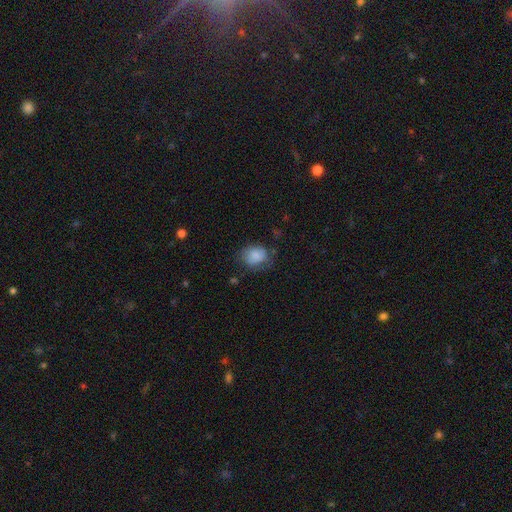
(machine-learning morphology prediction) smooth 83%, featured or disk 9%, star or artifact 8%. Down the decision tree: how rounded — round (51%); merging — none (58%).